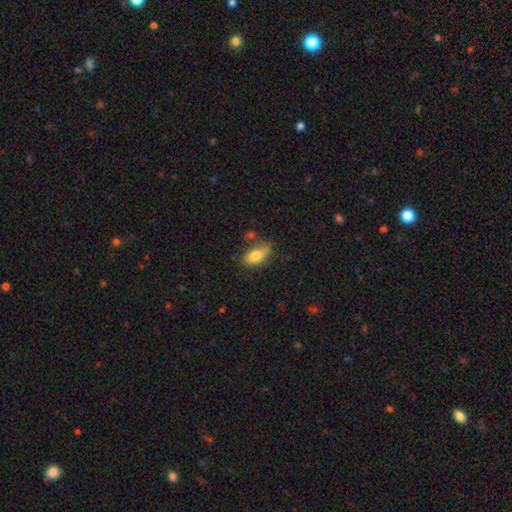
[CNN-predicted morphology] Smooth or featured? smooth (79%)
How rounded? in between (87%)
Merging? none (60%)